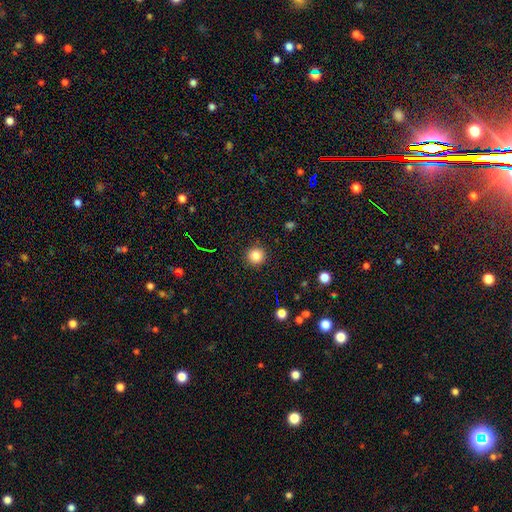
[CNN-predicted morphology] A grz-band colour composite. It shows a smooth galaxy with no disk features (84%) that is round (95%). Merging: none (92%).